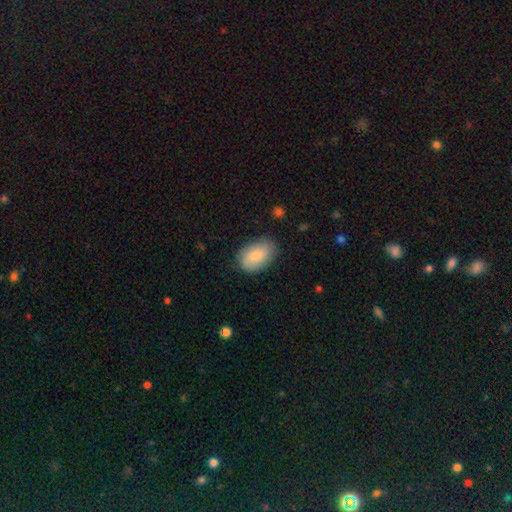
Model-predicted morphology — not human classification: Smooth or featured? Predicted: smooth (p=0.78). How rounded? Predicted: in between (p=0.89). Merging? Predicted: none (p=0.80).